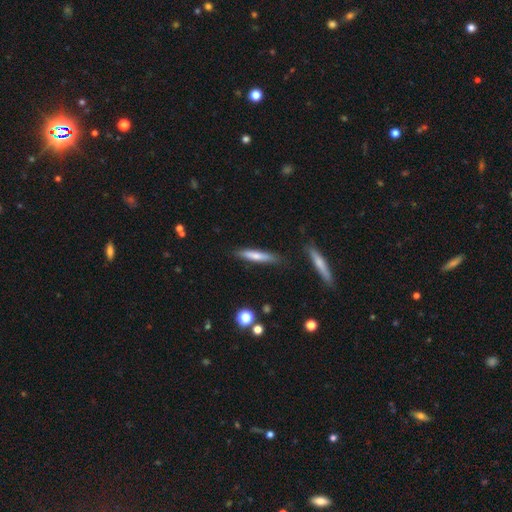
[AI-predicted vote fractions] Q: Smooth or featured?
A: smooth (69%); runner-up: featured or disk (25%)
Q: How rounded?
A: cigar-shaped (89%); runner-up: in between (9%)
Q: Merging?
A: none (83%); runner-up: minor disturbance (12%)